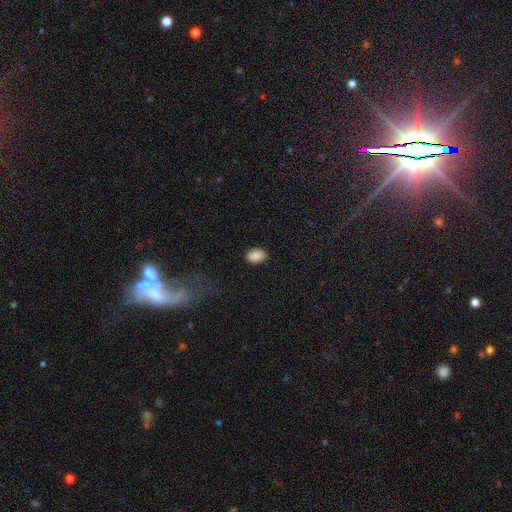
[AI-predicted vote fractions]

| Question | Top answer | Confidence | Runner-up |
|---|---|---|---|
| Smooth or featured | smooth | 89% | star or artifact (8%) |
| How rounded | in between | 81% | round (18%) |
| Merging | none | 87% | minor disturbance (9%) |